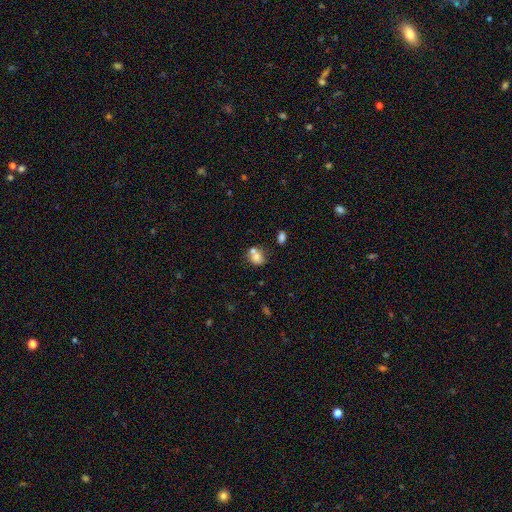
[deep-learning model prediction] Q: Smooth or featured?
A: smooth (72%); runner-up: featured or disk (17%)
Q: How rounded?
A: round (58%); runner-up: in between (41%)
Q: Merging?
A: merger (42%); runner-up: none (41%)